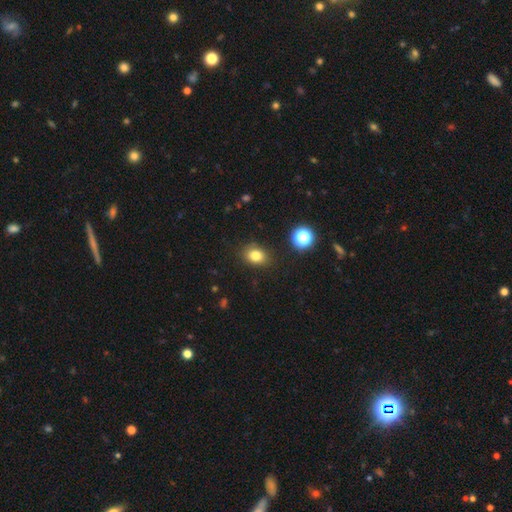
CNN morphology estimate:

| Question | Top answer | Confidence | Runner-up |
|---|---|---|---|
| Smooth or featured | smooth | 80% | star or artifact (13%) |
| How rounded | in between | 58% | round (41%) |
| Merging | none | 85% | minor disturbance (10%) |